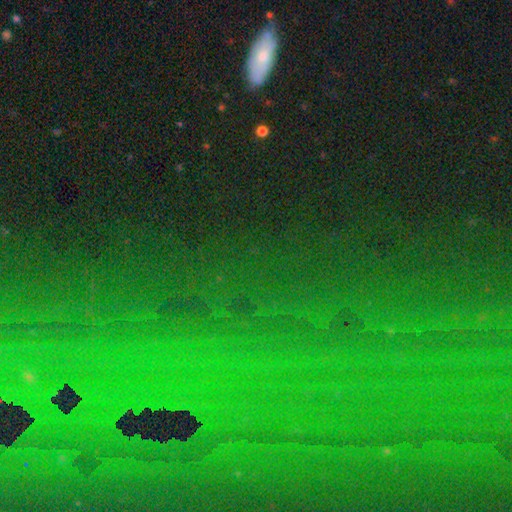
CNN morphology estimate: smooth-or-featured: star or artifact: 70% | smooth: 17% | featured or disk: 14%